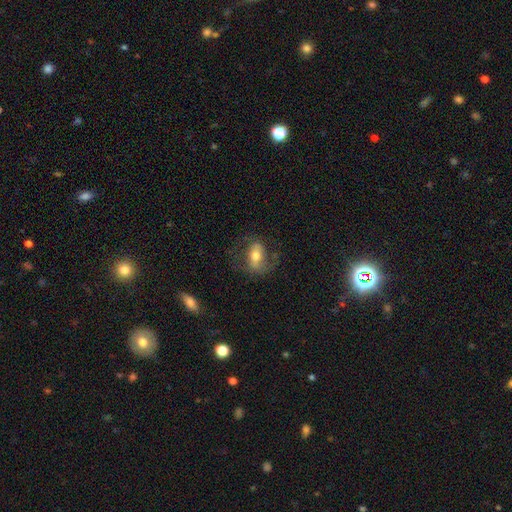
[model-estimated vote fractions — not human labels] This is possibly a smooth galaxy (49%). Merging: likely none (64%).